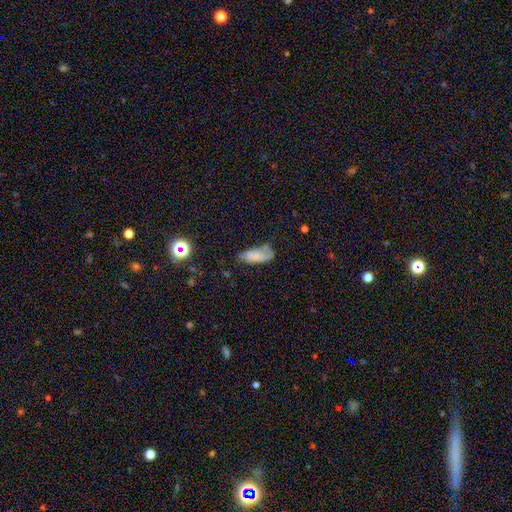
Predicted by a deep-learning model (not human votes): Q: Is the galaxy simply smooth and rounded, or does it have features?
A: smooth — 66%.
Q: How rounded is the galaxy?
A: in between — 82%.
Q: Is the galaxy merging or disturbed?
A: none — 45%.